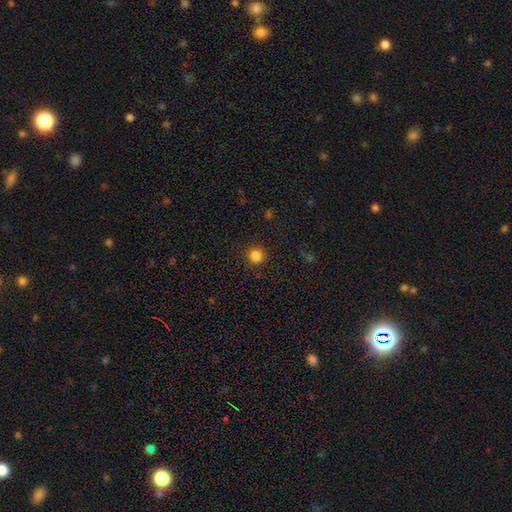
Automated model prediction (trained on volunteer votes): smooth 84%, star or artifact 12%, featured or disk 4%. Down the decision tree: how rounded — round (95%); merging — none (91%).